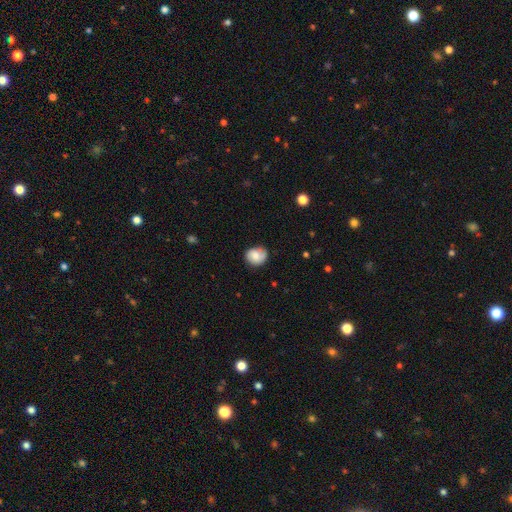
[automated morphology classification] Smooth or featured: smooth — 69% (featured or disk — 23%)
How rounded: round — 72% (in between — 27%)
Merging: none — 73% (minor disturbance — 21%)